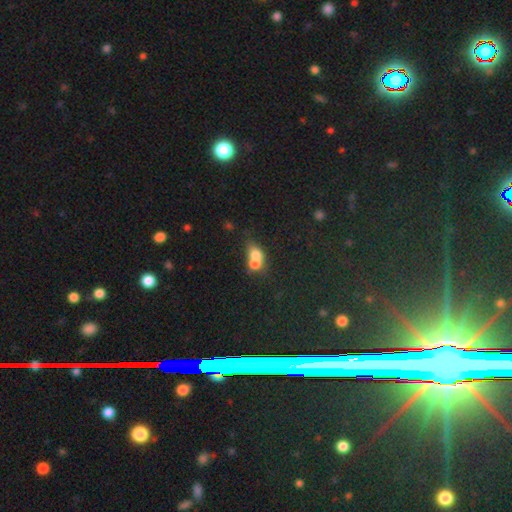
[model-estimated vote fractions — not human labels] This appears to be a smooth galaxy with no disk features (69%) that is in between round and cigar-shaped (53%). Merging: merger (70%).